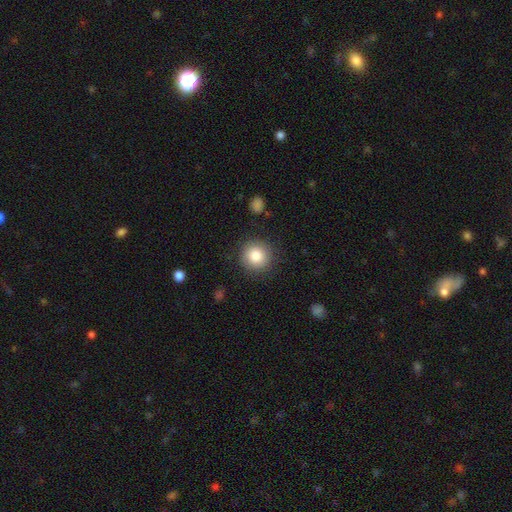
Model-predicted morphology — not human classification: Smooth or featured?
  - smooth: 84% *
  - star or artifact: 9%
  - featured or disk: 7%
How rounded?
  - round: 94% *
  - in between: 5%
  - cigar-shaped: 1%
Merging?
  - none: 87% *
  - minor disturbance: 8%
  - major disturbance: 3%
  - merger: 1%